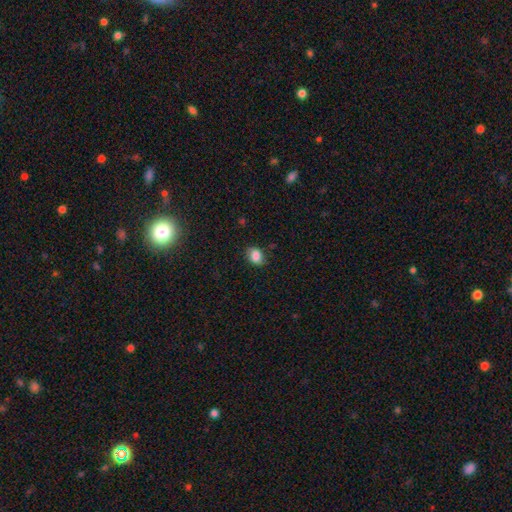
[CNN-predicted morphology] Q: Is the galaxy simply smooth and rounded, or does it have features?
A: smooth — 85%.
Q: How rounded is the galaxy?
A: in between — 58%.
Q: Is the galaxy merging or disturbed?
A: none — 81%.